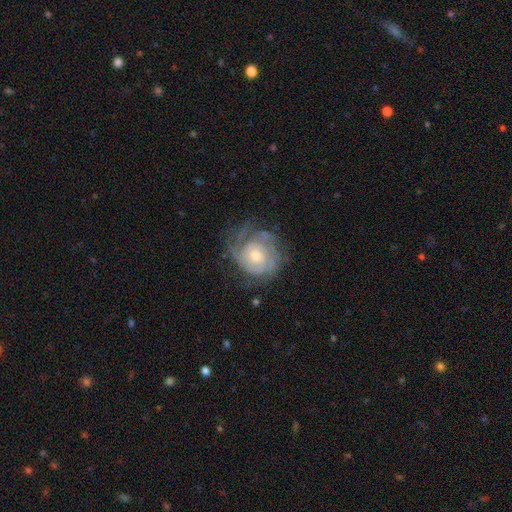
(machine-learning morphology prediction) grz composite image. It shows a featured or disk galaxy (80%) with no bar (77%), tight (67%) spiral arms (91%) and a moderate central bulge (57%). Merging: none (61%).